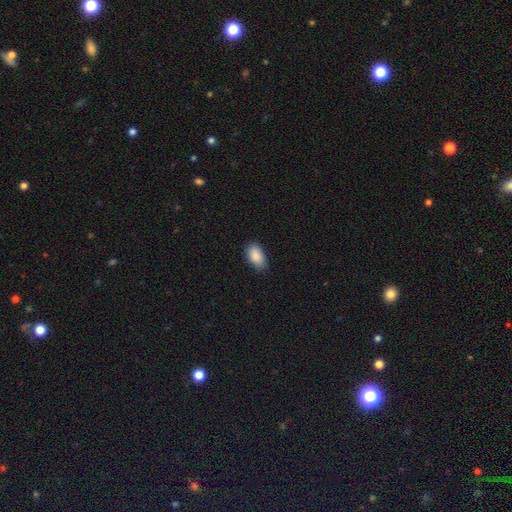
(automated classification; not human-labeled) This appears to be a smooth galaxy with no disk features (89%) that is in between round and cigar-shaped (93%). Merging: none (79%).